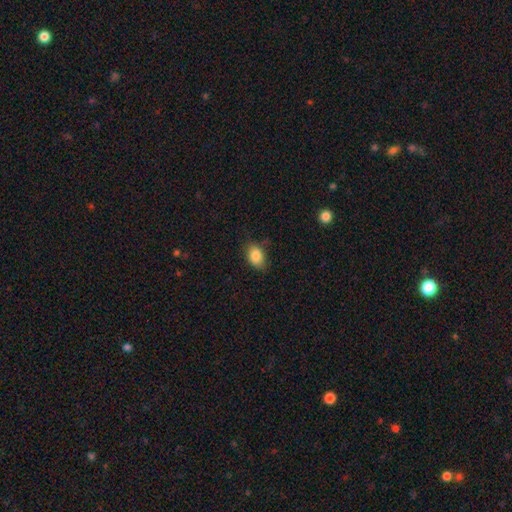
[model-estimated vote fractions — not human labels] The model was most divided on "merging": none: 77%, minor disturbance: 18%, major disturbance: 3%, merger: 1%. More confident: smooth or featured — smooth (85%); how rounded — in between (79%).